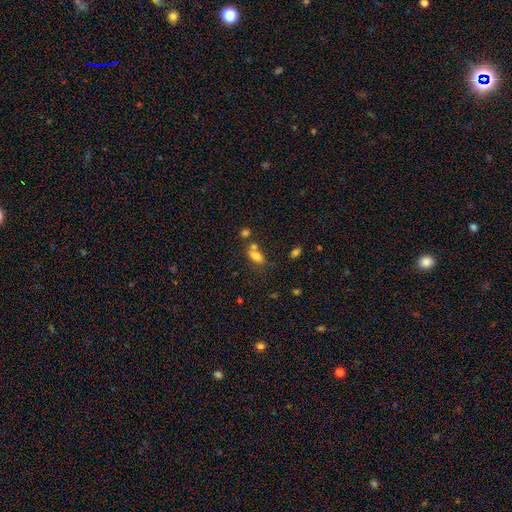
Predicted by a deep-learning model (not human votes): Smooth or featured? smooth (76%)
How rounded? in between (82%)
Merging? none (43%)